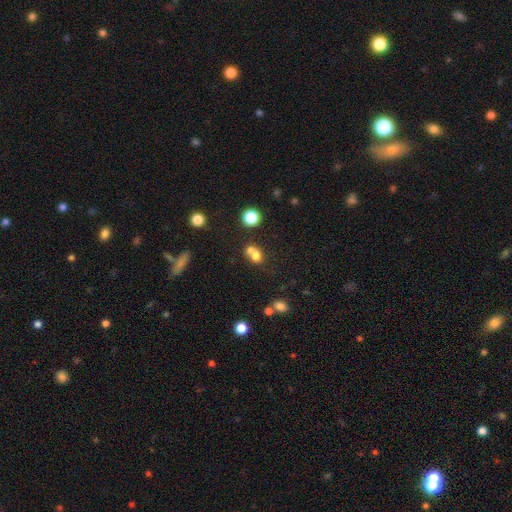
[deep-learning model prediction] A smooth galaxy with no disk features (73%) that is round (69%). Merging: merger (58%).